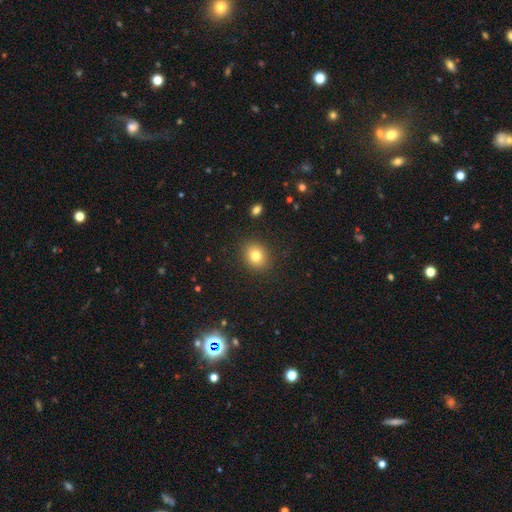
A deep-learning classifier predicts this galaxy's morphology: The model was most divided on "how rounded": round: 59%, in between: 40%, cigar-shaped: 1%. More confident: merging — none (88%); smooth or featured — smooth (80%).